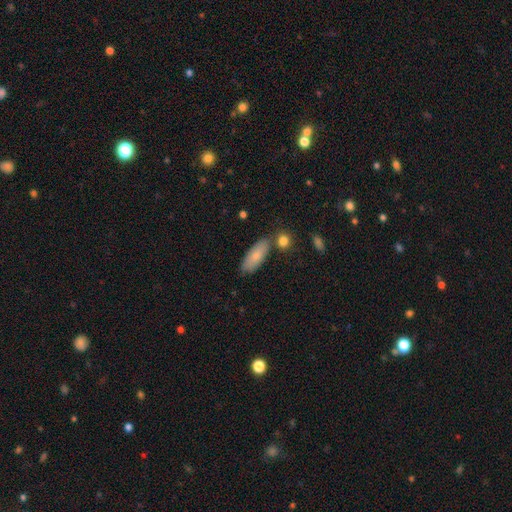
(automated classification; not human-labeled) Q: Smooth or featured?
A: smooth (81%); runner-up: featured or disk (14%)
Q: How rounded?
A: in between (72%); runner-up: cigar-shaped (25%)
Q: Merging?
A: none (74%); runner-up: minor disturbance (14%)